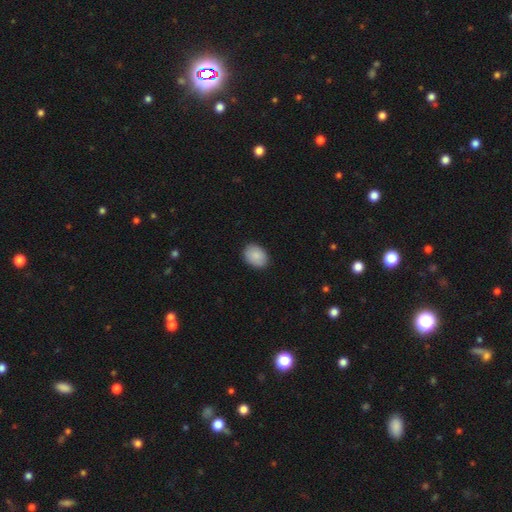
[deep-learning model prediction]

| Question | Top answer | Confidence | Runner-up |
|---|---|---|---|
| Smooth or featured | smooth | 88% | star or artifact (6%) |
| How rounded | in between | 71% | round (28%) |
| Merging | none | 88% | minor disturbance (9%) |